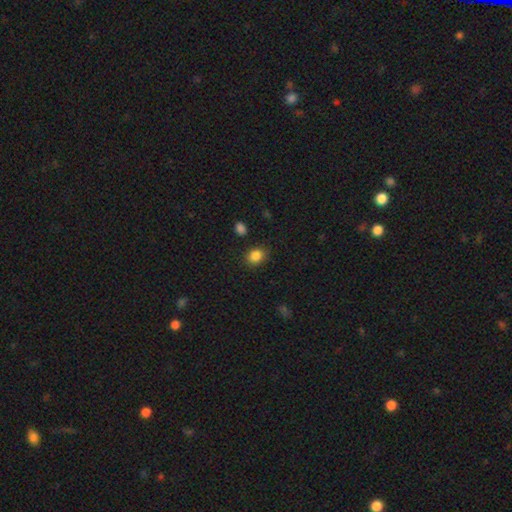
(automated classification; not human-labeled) The model was most divided on "how rounded": round: 58%, in between: 41%, cigar-shaped: 1%. More confident: smooth or featured — smooth (86%); merging — none (84%).